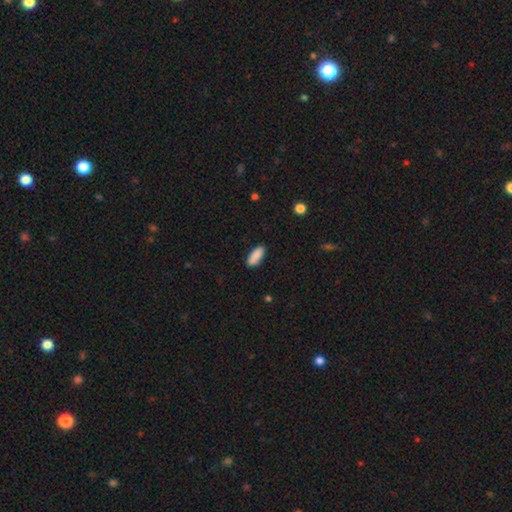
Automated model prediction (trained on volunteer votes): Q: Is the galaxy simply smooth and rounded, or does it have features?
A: smooth — 88%.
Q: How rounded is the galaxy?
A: in between — 73%.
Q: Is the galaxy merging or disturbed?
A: none — 83%.